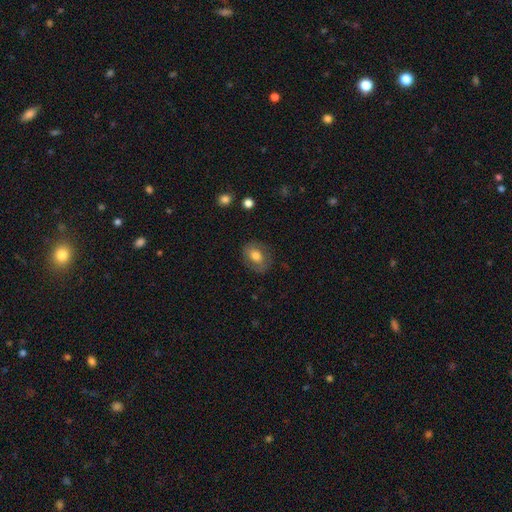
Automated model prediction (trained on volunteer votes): This is likely a smooth galaxy (66%). How rounded: possibly in between (54%). Merging: likely none (79%).